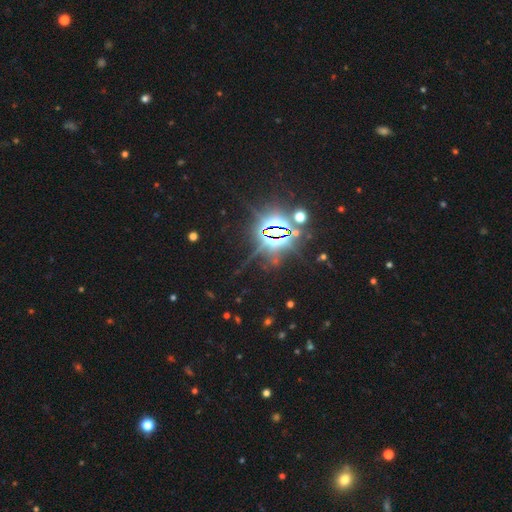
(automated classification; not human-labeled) smooth_or_featured: star or artifact (p=0.88) [alt: smooth p=0.07]